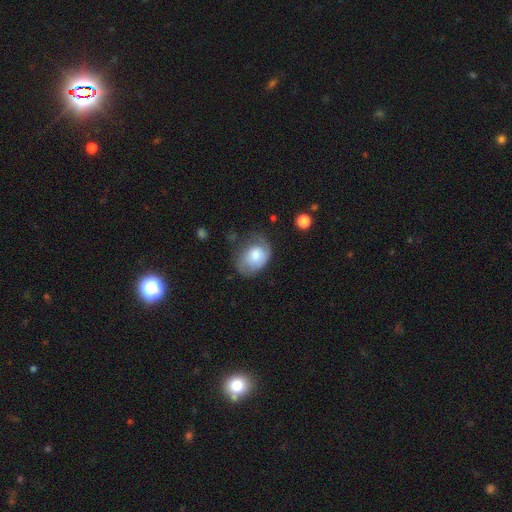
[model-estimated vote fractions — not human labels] smooth_or_featured: smooth (p=0.65) [alt: featured or disk p=0.28]
how_rounded: in between (p=0.70) [alt: round p=0.29]
merging: none (p=0.42) [alt: minor disturbance p=0.35]